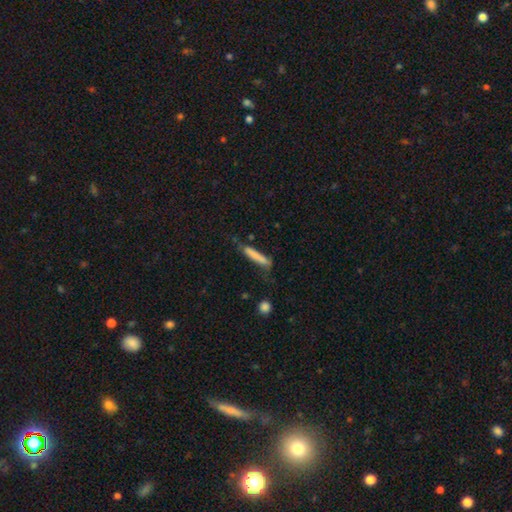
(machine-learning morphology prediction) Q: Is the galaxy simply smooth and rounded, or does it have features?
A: smooth — 75%.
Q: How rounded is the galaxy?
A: cigar-shaped — 90%.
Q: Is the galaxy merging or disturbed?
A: none — 58%.